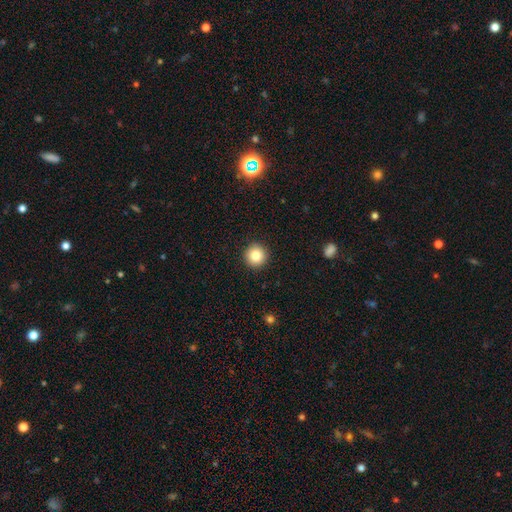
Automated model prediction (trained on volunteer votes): smooth 83%, star or artifact 10%, featured or disk 7%. Down the decision tree: how rounded — round (96%); merging — none (93%).